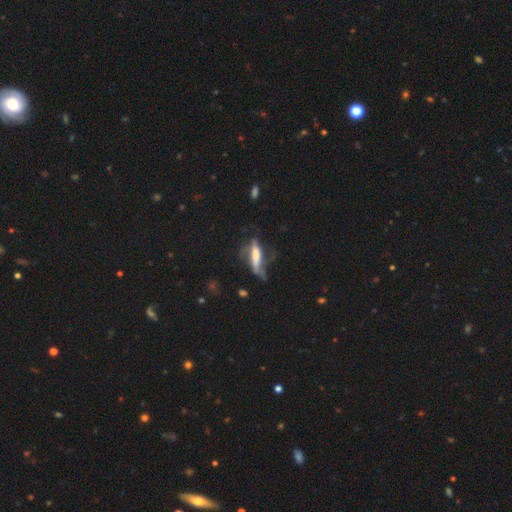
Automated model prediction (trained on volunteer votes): Overall: featured or disk (47%; smooth 44%). Merging: major disturbance (39%; none 31%).